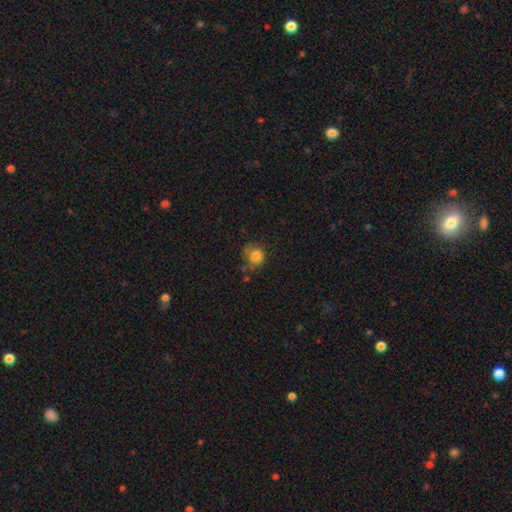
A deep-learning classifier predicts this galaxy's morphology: smooth 80%, star or artifact 10%, featured or disk 10%. Down the decision tree: how rounded — round (79%); merging — none (51%).